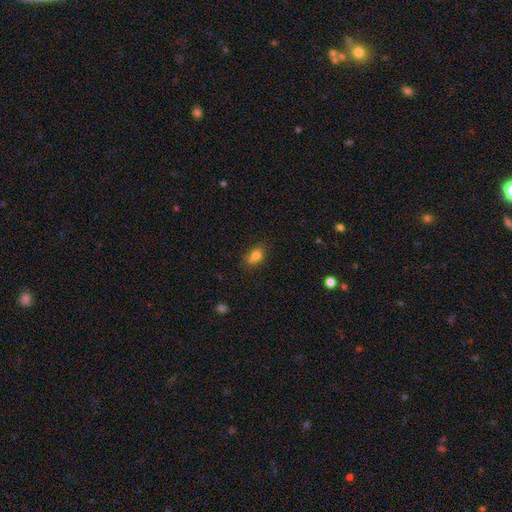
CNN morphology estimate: Smooth or featured: smooth — 78% (star or artifact — 11%)
How rounded: in between — 70% (round — 27%)
Merging: none — 60% (minor disturbance — 20%)